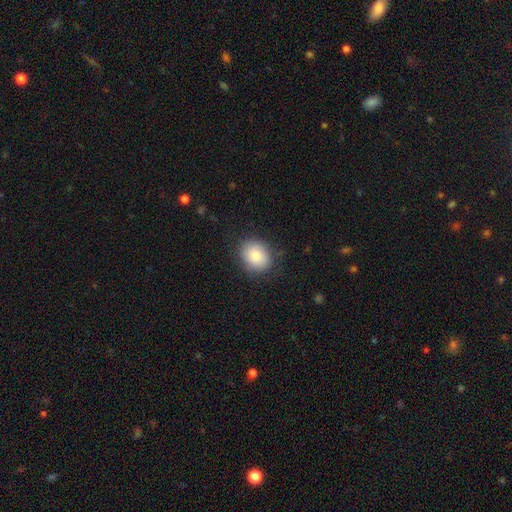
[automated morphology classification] This is clearly a smooth galaxy (82%). How rounded: likely round (64%). Merging: clearly none (84%).